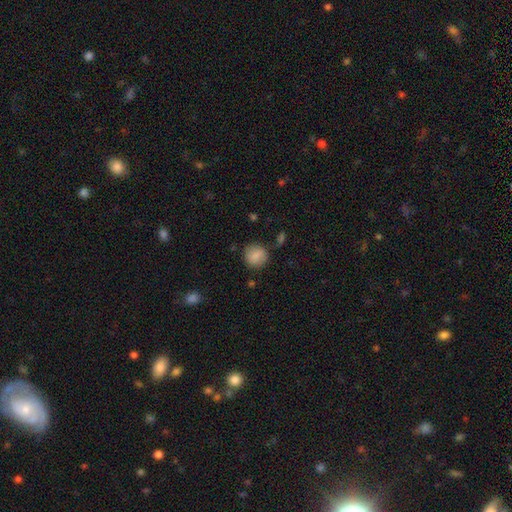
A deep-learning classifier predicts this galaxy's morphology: Smooth or featured?
  - smooth: 84% *
  - star or artifact: 8%
  - featured or disk: 8%
How rounded?
  - round: 85% *
  - in between: 14%
  - cigar-shaped: 1%
Merging?
  - none: 80% *
  - minor disturbance: 13%
  - major disturbance: 4%
  - merger: 3%